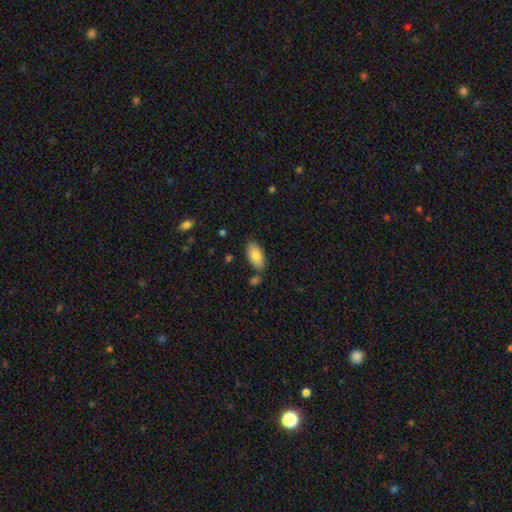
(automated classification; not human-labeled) smooth-or-featured: smooth: 85% | featured or disk: 8% | star or artifact: 6%
  how-rounded: in between: 92% | cigar-shaped: 6% | round: 2%
  merging: none: 79% | minor disturbance: 13% | merger: 5% | major disturbance: 3%